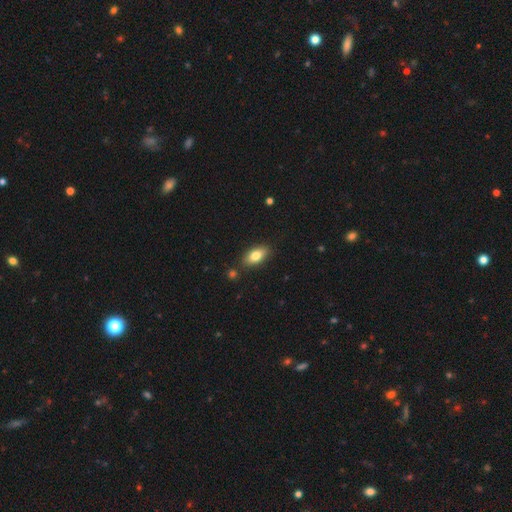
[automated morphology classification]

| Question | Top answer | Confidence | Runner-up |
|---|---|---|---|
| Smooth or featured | smooth | 80% | featured or disk (13%) |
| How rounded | in between | 88% | cigar-shaped (8%) |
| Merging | none | 84% | minor disturbance (10%) |